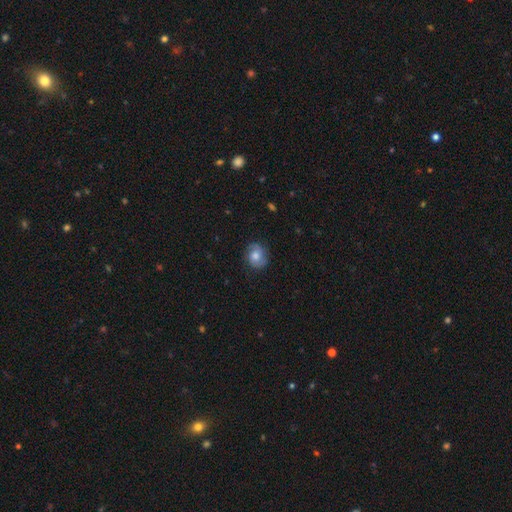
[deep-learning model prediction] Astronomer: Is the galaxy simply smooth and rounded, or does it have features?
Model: smooth — 54% (runner-up: featured or disk, 37%).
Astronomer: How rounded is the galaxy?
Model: round — 68%.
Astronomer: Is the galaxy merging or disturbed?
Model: none — 78%.